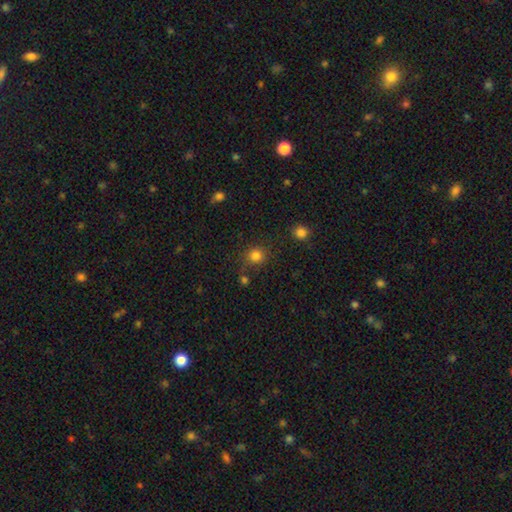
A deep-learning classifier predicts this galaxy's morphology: Smooth or featured: smooth — 82% (star or artifact — 14%)
How rounded: round — 89% (in between — 10%)
Merging: none — 78% (minor disturbance — 11%)